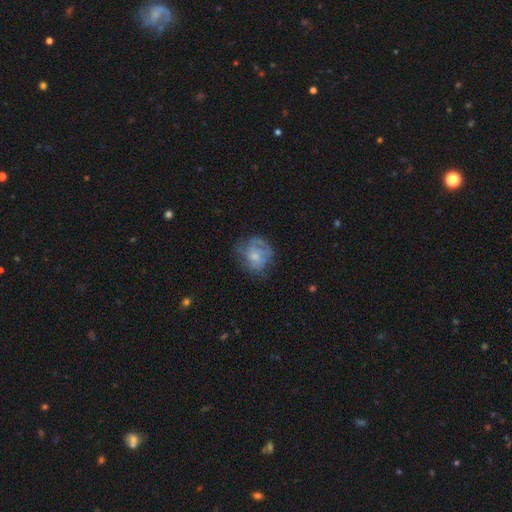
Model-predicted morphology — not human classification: Q: Smooth or featured?
A: featured or disk (49%); runner-up: smooth (42%)
Q: Merging?
A: none (52%); runner-up: minor disturbance (26%)